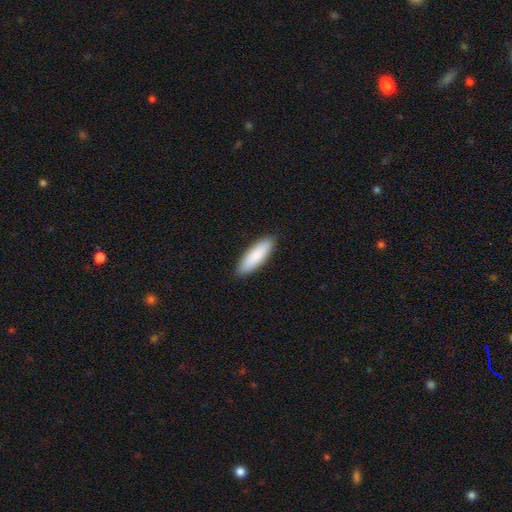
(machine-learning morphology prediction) Smooth or featured?
  - smooth: 88% *
  - featured or disk: 7%
  - star or artifact: 5%
How rounded?
  - in between: 50% *
  - cigar-shaped: 49%
  - round: 1%
Merging?
  - none: 90% *
  - minor disturbance: 7%
  - major disturbance: 1%
  - merger: 1%